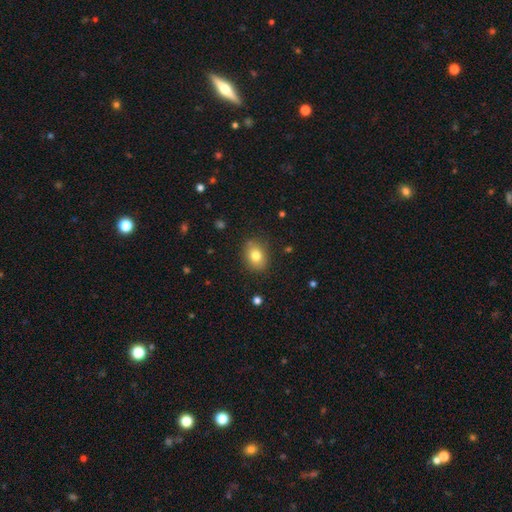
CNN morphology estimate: Smooth or featured: smooth — 79% (featured or disk — 12%)
How rounded: in between — 65% (round — 34%)
Merging: none — 85% (minor disturbance — 11%)